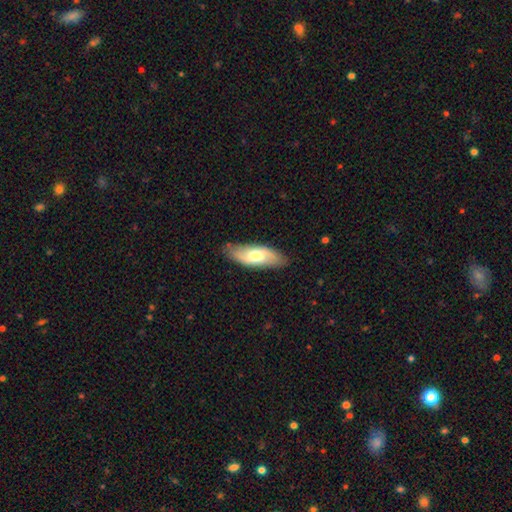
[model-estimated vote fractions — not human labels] smooth-or-featured: smooth: 57% | featured or disk: 38% | star or artifact: 5%
  how-rounded: in between: 70% | cigar-shaped: 28% | round: 2%
  merging: none: 81% | minor disturbance: 15% | major disturbance: 3% | merger: 1%